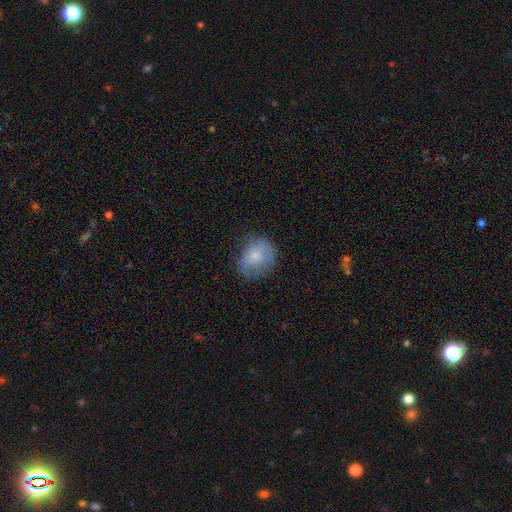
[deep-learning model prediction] The model was most divided on "how rounded": round: 55%, in between: 44%, cigar-shaped: 1%. More confident: smooth or featured — smooth (72%); merging — none (61%).